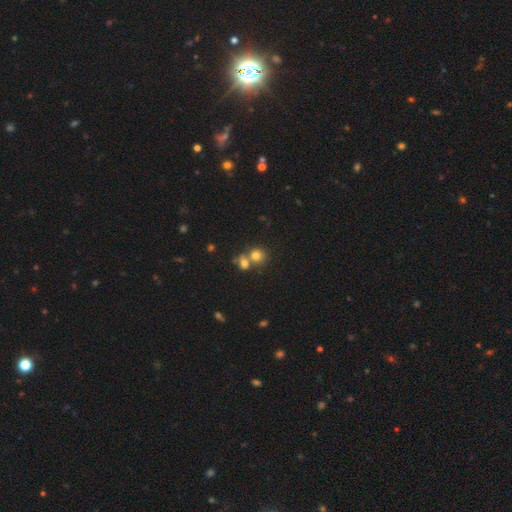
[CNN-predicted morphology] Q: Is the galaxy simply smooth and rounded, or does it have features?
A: smooth — 76%.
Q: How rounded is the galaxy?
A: round — 81%.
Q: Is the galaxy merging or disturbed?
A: merger — 46%.